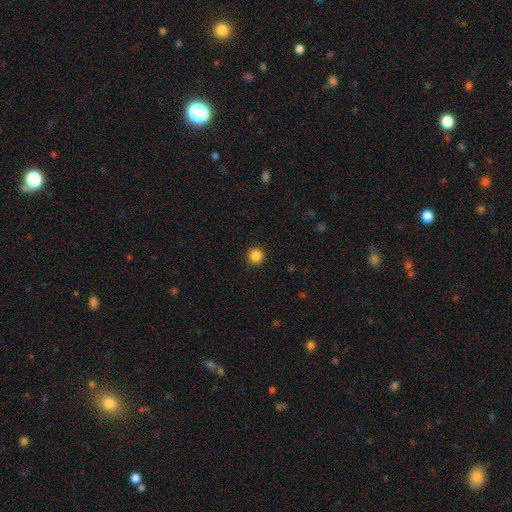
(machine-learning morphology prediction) Overall: smooth (86%). How rounded: round (95%). Merging: none (93%).